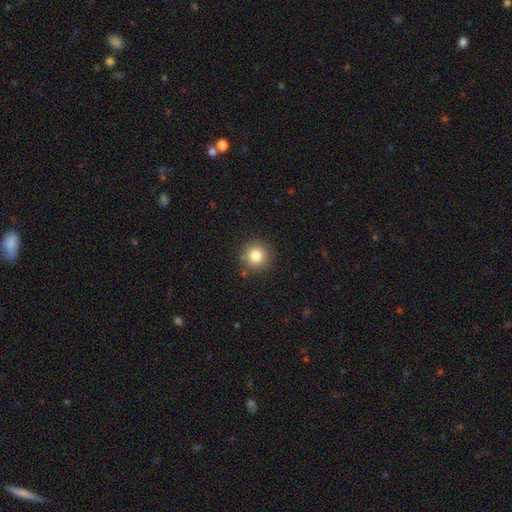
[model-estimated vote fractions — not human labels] Smooth or featured?
  - smooth: 82% *
  - star or artifact: 11%
  - featured or disk: 7%
How rounded?
  - round: 94% *
  - in between: 5%
  - cigar-shaped: 1%
Merging?
  - none: 88% *
  - minor disturbance: 8%
  - major disturbance: 2%
  - merger: 2%